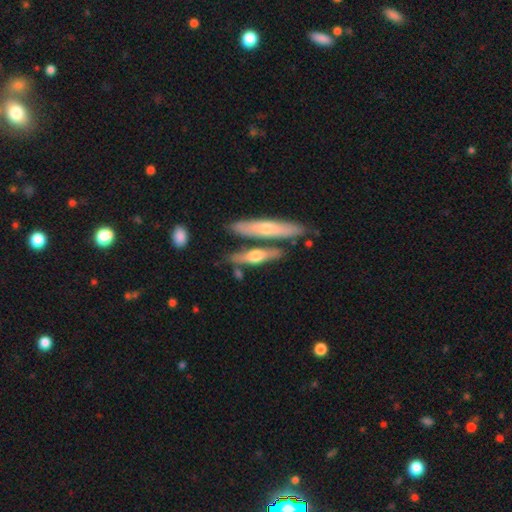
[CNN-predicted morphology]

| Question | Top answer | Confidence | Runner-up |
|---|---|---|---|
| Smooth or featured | featured or disk | 50% | smooth (45%) |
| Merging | none | 66% | merger (20%) |